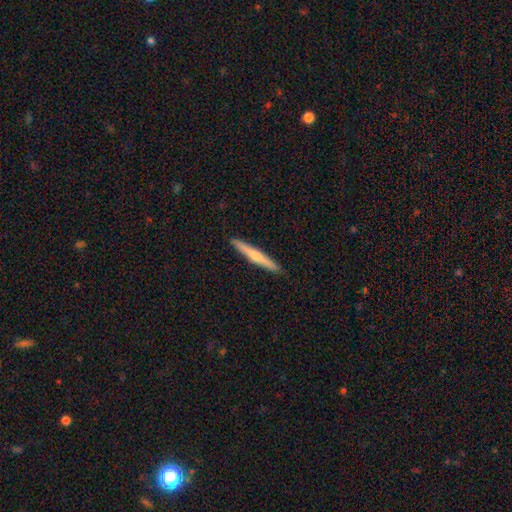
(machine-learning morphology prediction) smooth 50%, featured or disk 45%, star or artifact 5%. Down the decision tree: merging — none (92%).